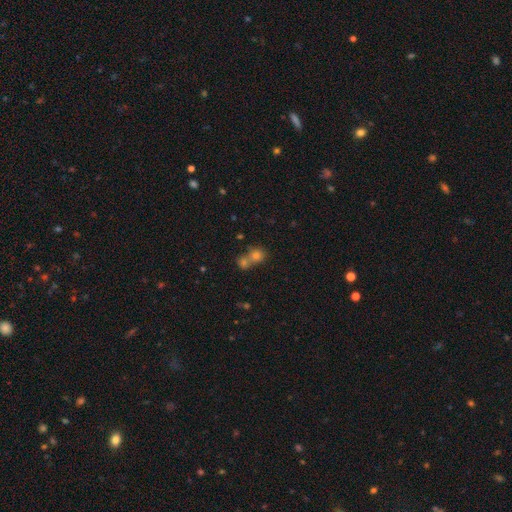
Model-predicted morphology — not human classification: Smooth or featured?
  - smooth: 70% *
  - star or artifact: 18%
  - featured or disk: 12%
How rounded?
  - round: 79% *
  - in between: 20%
  - cigar-shaped: 1%
Merging?
  - merger: 52% *
  - none: 39%
  - minor disturbance: 6%
  - major disturbance: 3%